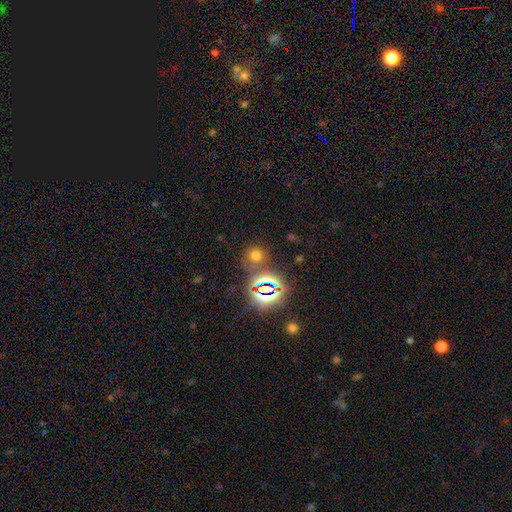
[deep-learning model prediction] This appears to be a smooth galaxy with no disk features (56%) that is round (83%). Merging: none (70%).